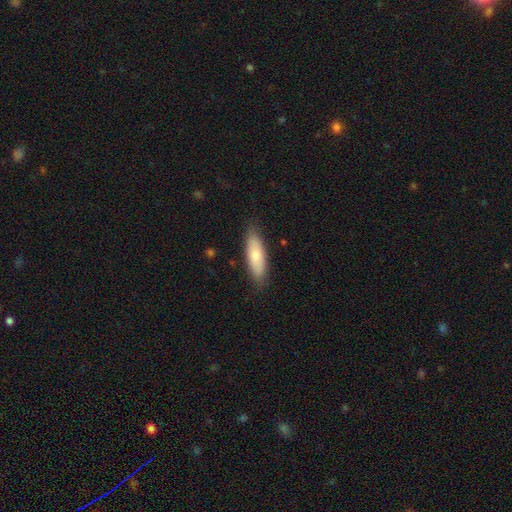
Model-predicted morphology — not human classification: Smooth or featured? Predicted: smooth (p=0.75). How rounded? Predicted: in between (p=0.56). Merging? Predicted: none (p=0.84).